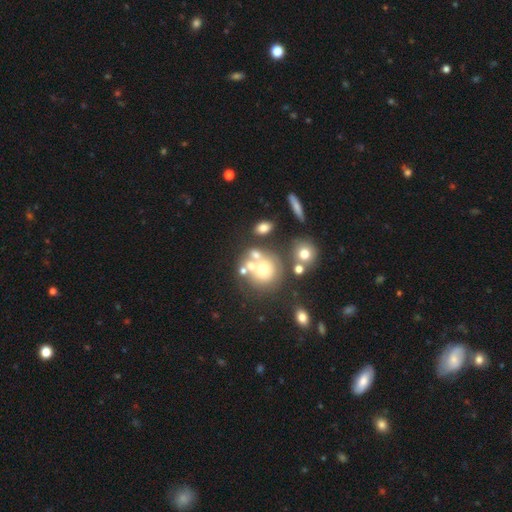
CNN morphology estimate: The model was most divided on "merging": none: 43%, merger: 36%, minor disturbance: 12%, major disturbance: 8%. More confident: how rounded — round (79%); smooth or featured — smooth (53%).